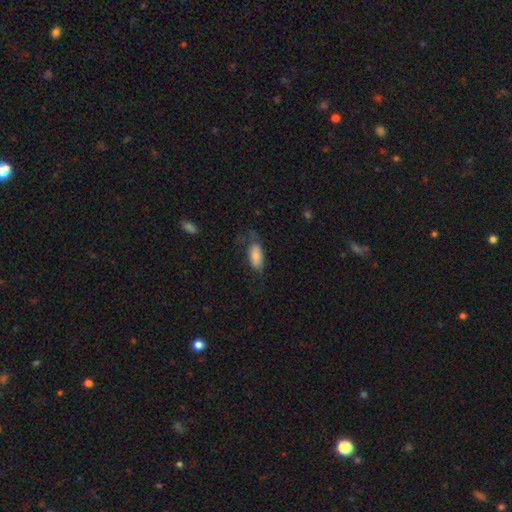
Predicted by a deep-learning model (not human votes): A smooth galaxy with no disk features (74%) that is in between round and cigar-shaped (87%).

Vote fractions:
- Smooth or featured? smooth: 74% / featured or disk: 19% / star or artifact: 7%
- How rounded? in between: 87% / cigar-shaped: 10% / round: 3%
- Merging? none: 47% / minor disturbance: 28% / major disturbance: 23% / merger: 2%